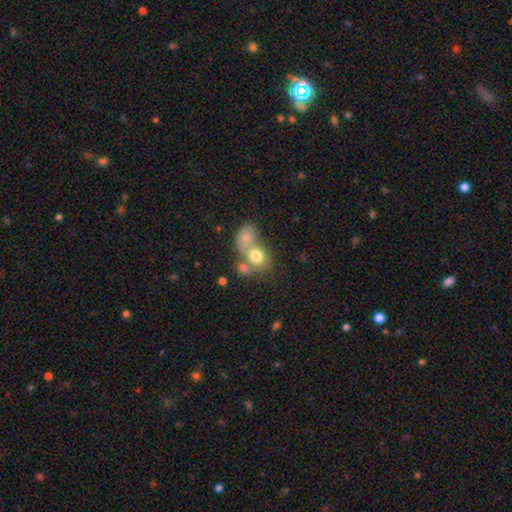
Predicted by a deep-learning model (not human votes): This appears to be a smooth galaxy with no disk features (74%) that is in between round and cigar-shaped (51%). Merging: merger (57%).